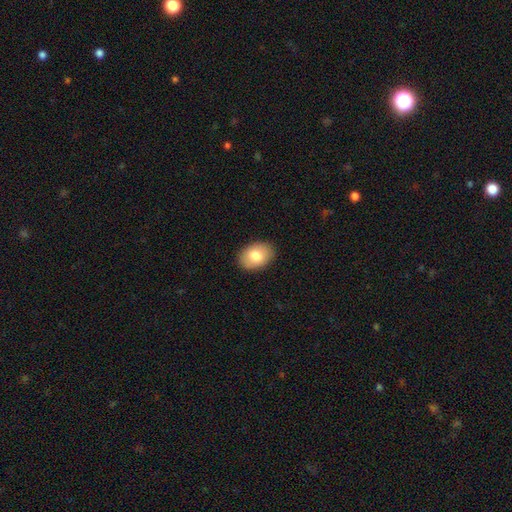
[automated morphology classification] A smooth galaxy with no disk features (79%) that is in between round and cigar-shaped (78%).

Vote fractions:
- Smooth or featured? smooth: 79% / featured or disk: 14% / star or artifact: 7%
- How rounded? in between: 78% / round: 21% / cigar-shaped: 1%
- Merging? none: 89% / minor disturbance: 8% / major disturbance: 2% / merger: 1%